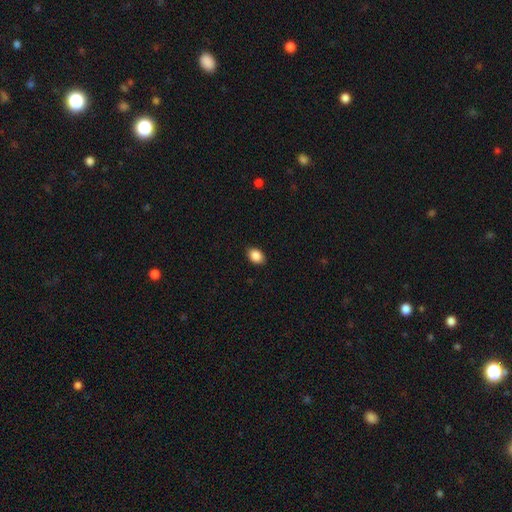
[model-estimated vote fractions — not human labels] Smooth or featured? smooth (89%)
How rounded? in between (80%)
Merging? none (89%)